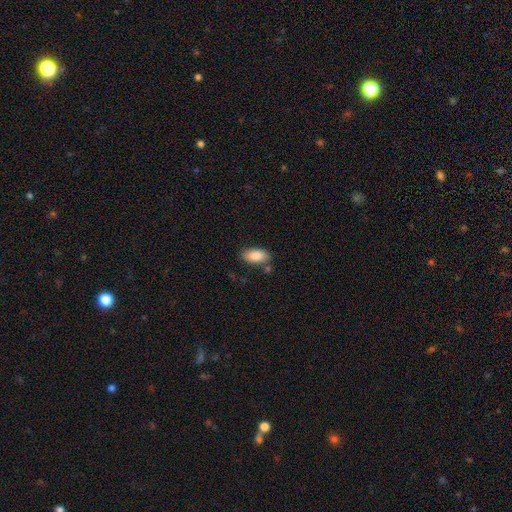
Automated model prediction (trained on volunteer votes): Smooth or featured? smooth (86%)
How rounded? in between (93%)
Merging? none (79%)